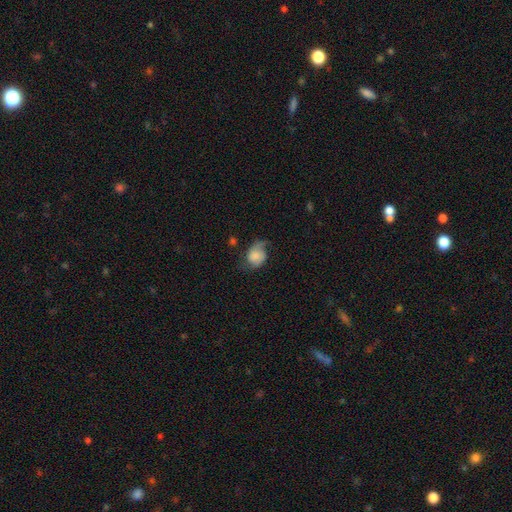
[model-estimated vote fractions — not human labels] Smooth or featured?
  - smooth: 51% *
  - featured or disk: 40%
  - star or artifact: 9%
How rounded?
  - in between: 57% *
  - round: 41%
  - cigar-shaped: 1%
Merging?
  - none: 42% *
  - minor disturbance: 33%
  - major disturbance: 23%
  - merger: 2%